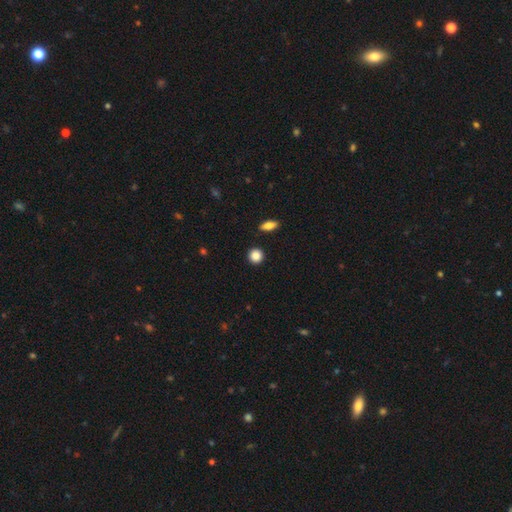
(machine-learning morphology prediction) smooth-or-featured: smooth: 87% | star or artifact: 9% | featured or disk: 4%
  how-rounded: round: 91% | in between: 8% | cigar-shaped: 1%
  merging: none: 91% | minor disturbance: 6% | merger: 2% | major disturbance: 2%